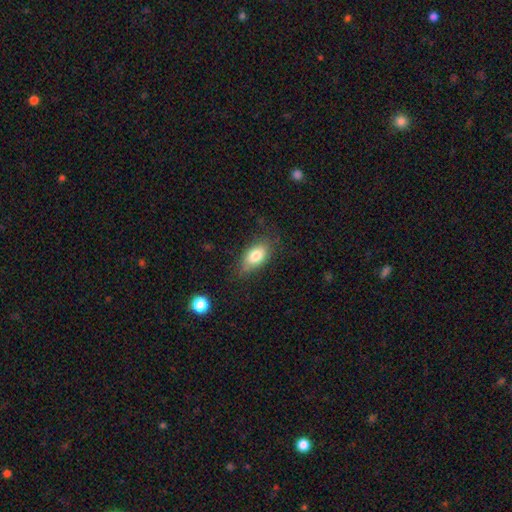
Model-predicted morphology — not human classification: A smooth galaxy with no disk features (78%) that is in between round and cigar-shaped (88%).

Vote fractions:
- Smooth or featured? smooth: 78% / featured or disk: 14% / star or artifact: 8%
- How rounded? in between: 88% / round: 7% / cigar-shaped: 5%
- Merging? none: 69% / minor disturbance: 23% / major disturbance: 6% / merger: 2%